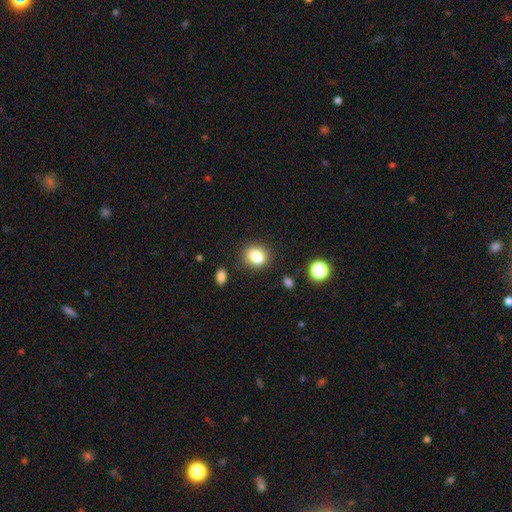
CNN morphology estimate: The model was most divided on "how rounded": in between: 52%, round: 47%, cigar-shaped: 1%. More confident: smooth or featured — smooth (82%); merging — none (73%).